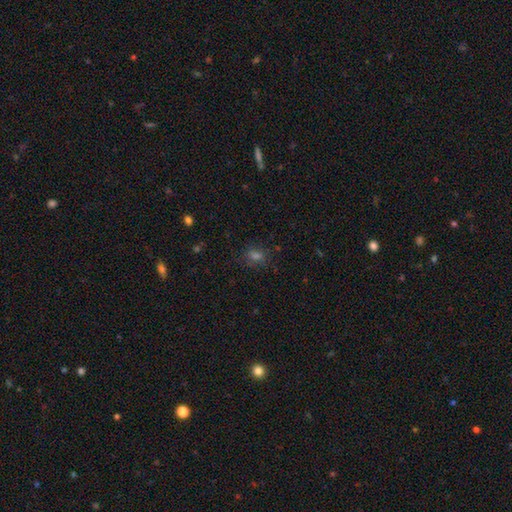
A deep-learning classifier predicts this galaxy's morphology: Smooth or featured?
  - smooth: 61% *
  - star or artifact: 31%
  - featured or disk: 9%
How rounded?
  - in between: 52% *
  - round: 46%
  - cigar-shaped: 2%
Merging?
  - none: 80% *
  - minor disturbance: 13%
  - major disturbance: 5%
  - merger: 2%